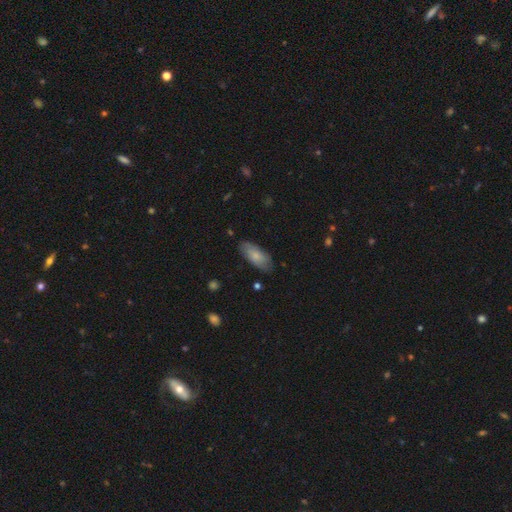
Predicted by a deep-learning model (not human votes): Smooth or featured? smooth (77%)
How rounded? in between (83%)
Merging? none (78%)